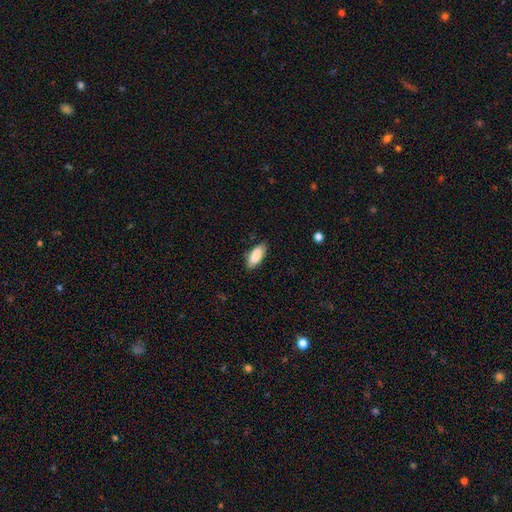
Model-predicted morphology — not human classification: Smooth or featured?
  - smooth: 86% *
  - featured or disk: 8%
  - star or artifact: 6%
How rounded?
  - in between: 82% *
  - cigar-shaped: 16%
  - round: 2%
Merging?
  - none: 80% *
  - minor disturbance: 16%
  - major disturbance: 3%
  - merger: 1%